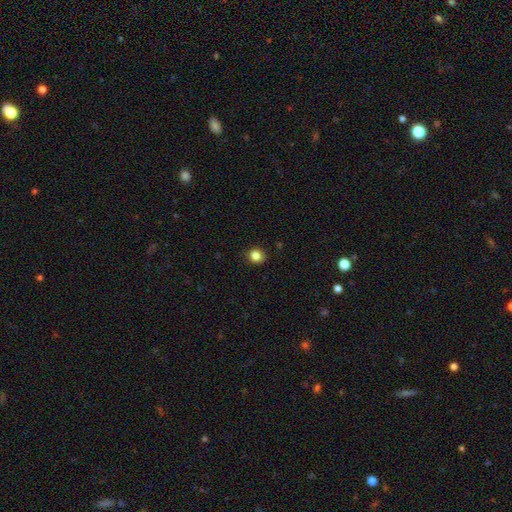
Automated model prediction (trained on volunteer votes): This is clearly a smooth galaxy (84%). How rounded: clearly round (85%). Merging: clearly none (90%).